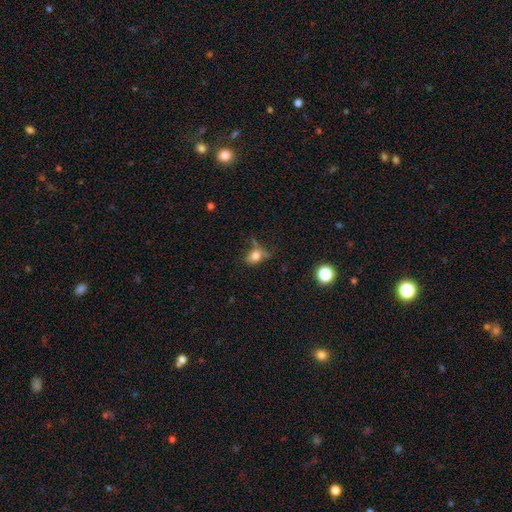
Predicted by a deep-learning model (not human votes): Smooth or featured? smooth (73%)
How rounded? in between (65%)
Merging? none (46%)